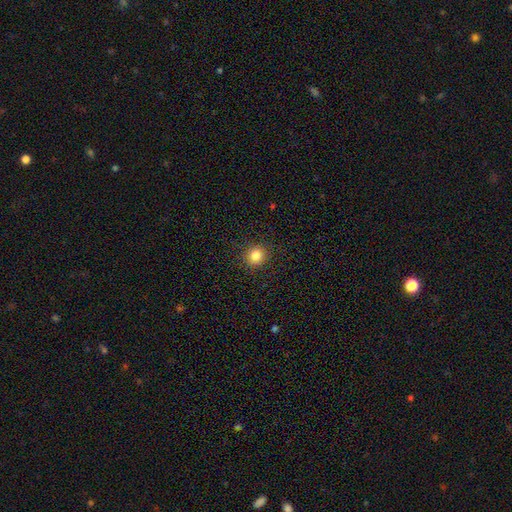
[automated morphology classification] A smooth galaxy with no disk features (84%) that is round (90%). Merging: none (91%).